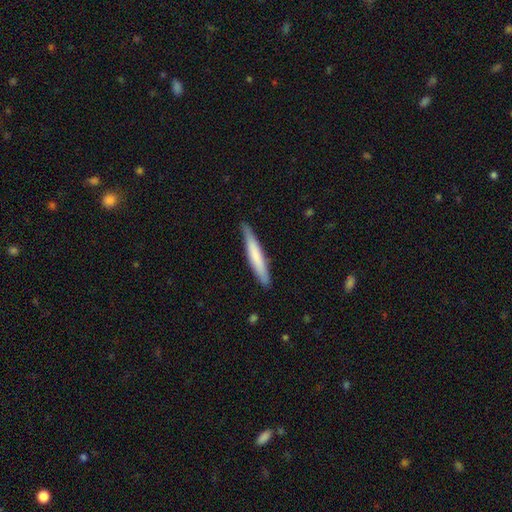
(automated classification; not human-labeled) A smooth galaxy with no disk features (69%) that is cigar-shaped (94%).

Vote fractions:
- Smooth or featured? smooth: 69% / featured or disk: 26% / star or artifact: 5%
- How rounded? cigar-shaped: 94% / in between: 5% / round: 1%
- Merging? none: 85% / minor disturbance: 12% / major disturbance: 2% / merger: 1%